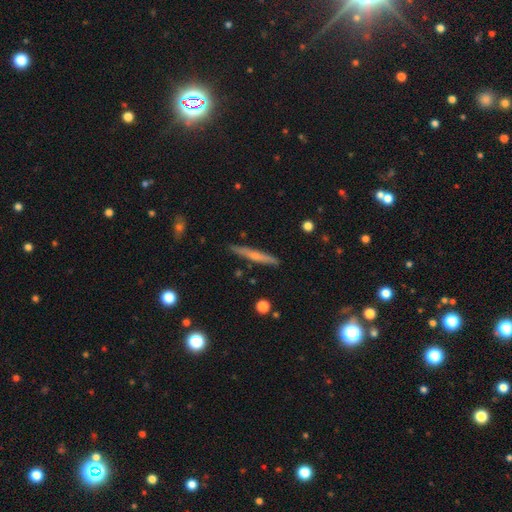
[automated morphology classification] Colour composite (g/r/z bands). It shows a featured or disk galaxy (49%). Merging: none (88%).